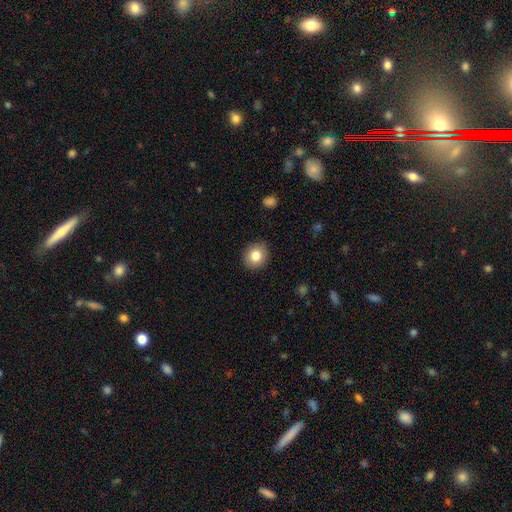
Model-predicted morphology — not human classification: Smooth or featured? smooth (82%)
How rounded? round (74%)
Merging? none (90%)